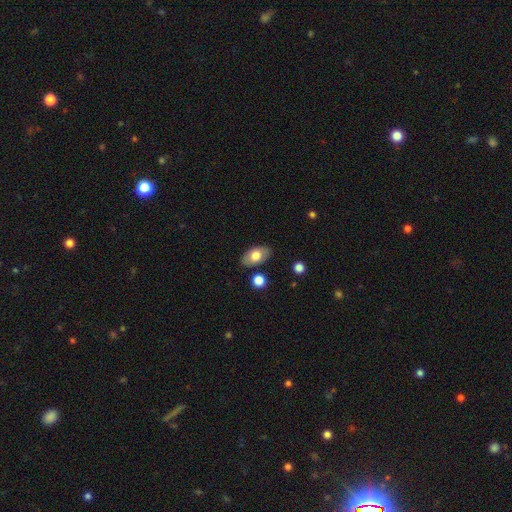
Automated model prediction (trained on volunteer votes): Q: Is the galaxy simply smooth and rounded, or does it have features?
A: smooth — 72%.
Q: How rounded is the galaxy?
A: in between — 92%.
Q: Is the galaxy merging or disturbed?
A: none — 83%.